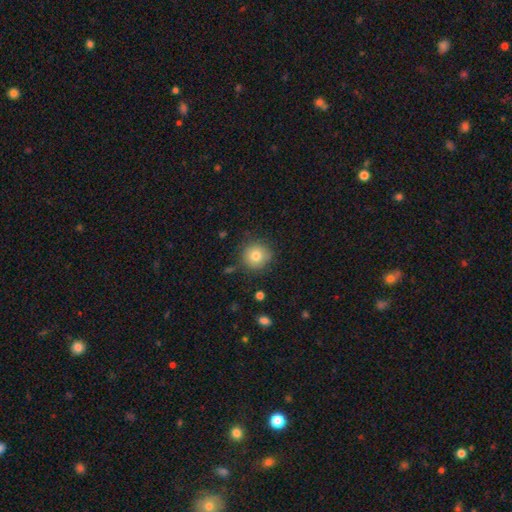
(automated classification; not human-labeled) The model was most divided on "smooth or featured": smooth: 80%, featured or disk: 10%, star or artifact: 10%. More confident: how rounded — round (93%); merging — none (85%).